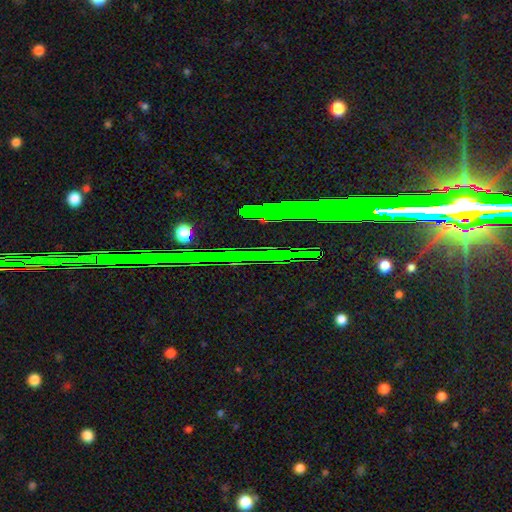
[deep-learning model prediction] Smooth or featured?
  - star or artifact: 75% *
  - featured or disk: 16%
  - smooth: 9%